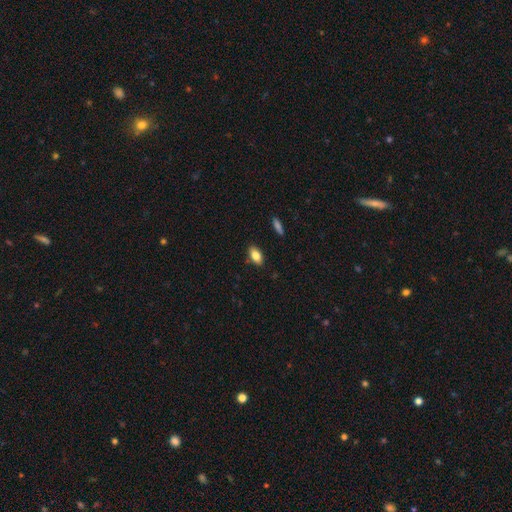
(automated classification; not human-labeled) smooth-or-featured: smooth: 83% | featured or disk: 10% | star or artifact: 7%
  how-rounded: in between: 91% | cigar-shaped: 5% | round: 5%
  merging: none: 87% | minor disturbance: 9% | major disturbance: 2% | merger: 2%